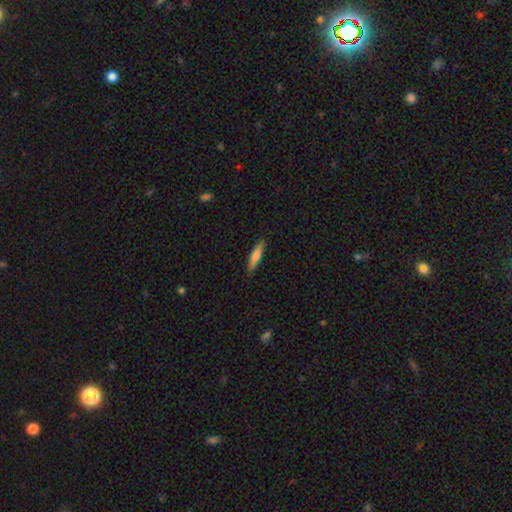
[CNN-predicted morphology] type=smooth (65%); roundness=cigar-shaped (86%); merging=none (89%).